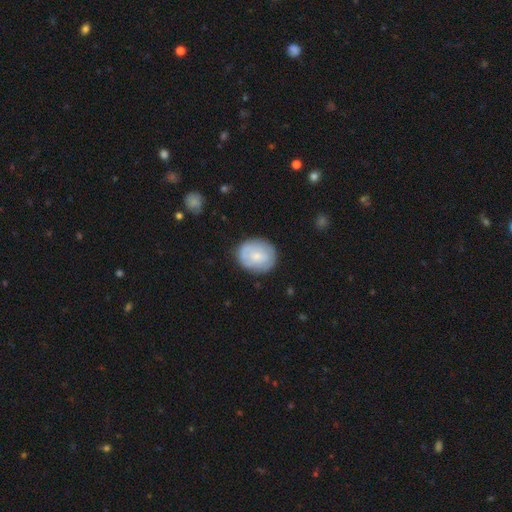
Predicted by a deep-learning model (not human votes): smooth_or_featured: smooth (p=0.55) [alt: featured or disk p=0.38]
how_rounded: round (p=0.64) [alt: in between p=0.35]
merging: none (p=0.78) [alt: minor disturbance p=0.16]